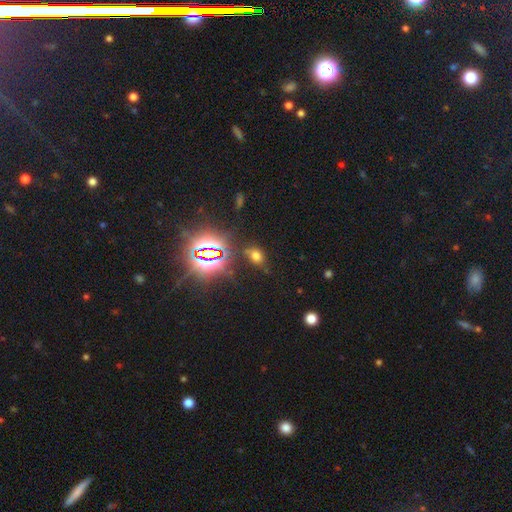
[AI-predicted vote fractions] Smooth or featured?
  - smooth: 54% *
  - star or artifact: 38%
  - featured or disk: 9%
How rounded?
  - in between: 68% *
  - round: 30%
  - cigar-shaped: 2%
Merging?
  - none: 72% *
  - minor disturbance: 16%
  - major disturbance: 6%
  - merger: 6%